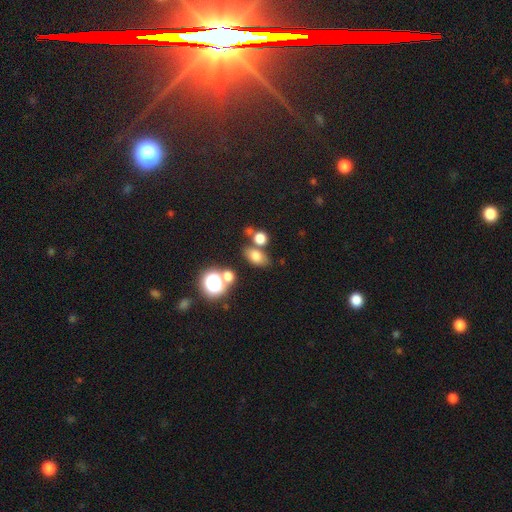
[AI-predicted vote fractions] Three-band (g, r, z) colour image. It shows a smooth galaxy with no disk features (73%) that is in between round and cigar-shaped (76%). Merging: none (70%).